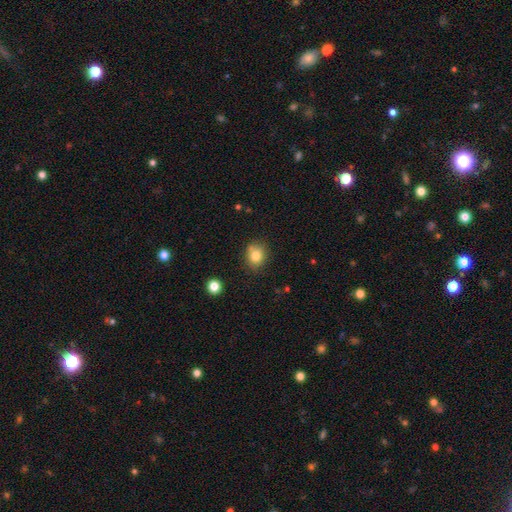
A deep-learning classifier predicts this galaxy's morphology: Q: Smooth or featured?
A: smooth (79%); runner-up: star or artifact (11%)
Q: How rounded?
A: round (62%); runner-up: in between (37%)
Q: Merging?
A: none (72%); runner-up: minor disturbance (17%)